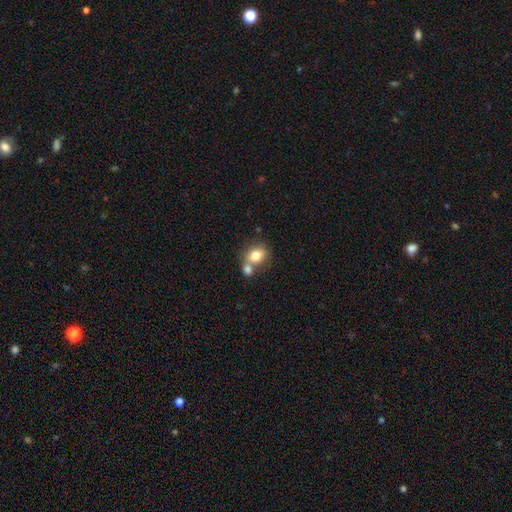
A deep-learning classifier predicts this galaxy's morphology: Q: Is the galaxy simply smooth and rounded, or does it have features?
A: smooth — 78%.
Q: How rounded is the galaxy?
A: in between — 51%.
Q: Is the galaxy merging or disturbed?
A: merger — 43%, tied with none.